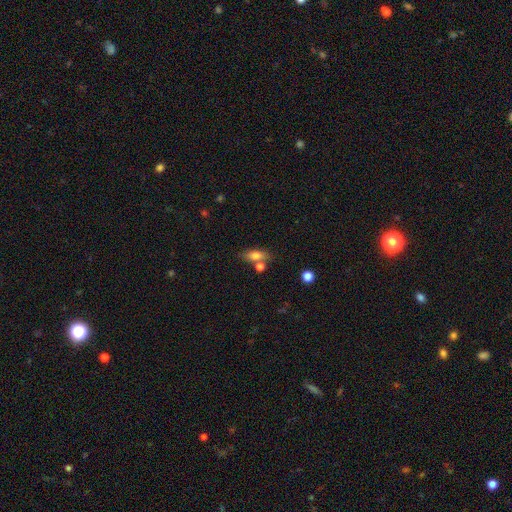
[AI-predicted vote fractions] smooth_or_featured: smooth (p=0.71) [alt: featured or disk p=0.20]
how_rounded: in between (p=0.70) [alt: cigar-shaped p=0.22]
merging: none (p=0.61) [alt: merger p=0.22]